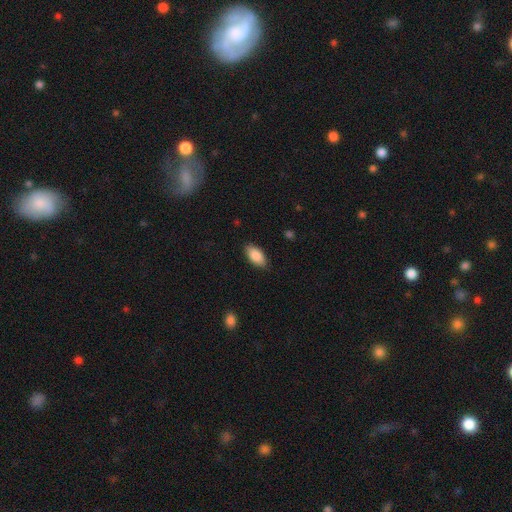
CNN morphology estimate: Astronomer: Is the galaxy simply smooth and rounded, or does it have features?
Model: smooth — 87%.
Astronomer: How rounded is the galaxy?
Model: in between — 93%.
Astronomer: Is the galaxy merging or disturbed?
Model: none — 87%.